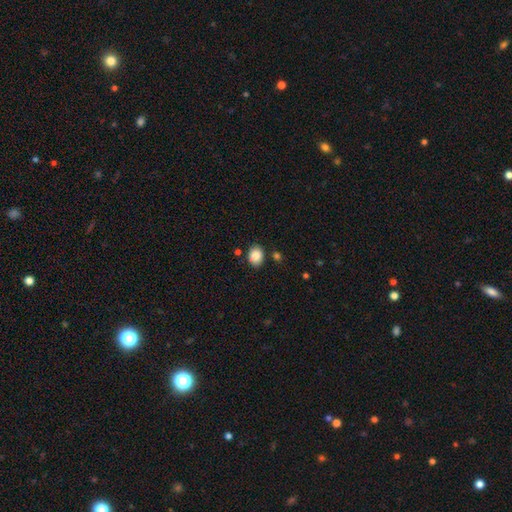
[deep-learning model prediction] Smooth or featured: smooth — 87% (star or artifact — 8%)
How rounded: in between — 58% (round — 41%)
Merging: none — 79% (minor disturbance — 13%)